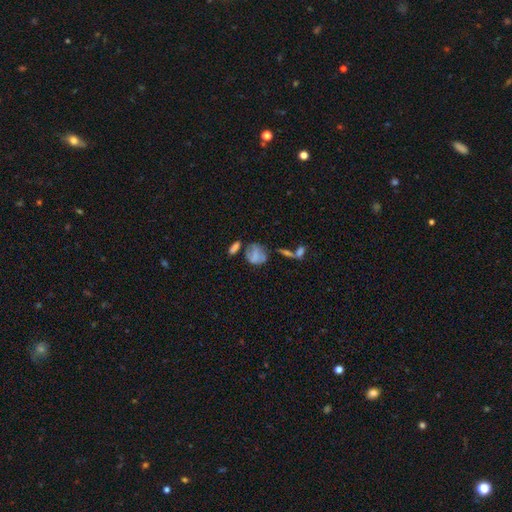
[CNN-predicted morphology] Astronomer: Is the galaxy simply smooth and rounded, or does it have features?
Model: smooth — 62%.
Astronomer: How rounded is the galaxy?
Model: round — 50% (runner-up: in between, 48%).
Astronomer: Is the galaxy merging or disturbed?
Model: none — 42% (runner-up: minor disturbance, 24%).